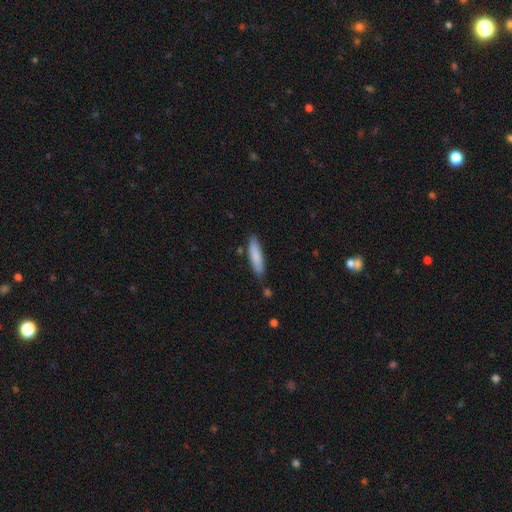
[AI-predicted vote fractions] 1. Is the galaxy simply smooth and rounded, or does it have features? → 83% smooth, 12% featured or disk, 6% star or artifact.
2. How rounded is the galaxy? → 73% cigar-shaped, 25% in between, 1% round.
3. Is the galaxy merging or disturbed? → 79% none, 14% minor disturbance, 4% merger, 2% major disturbance.